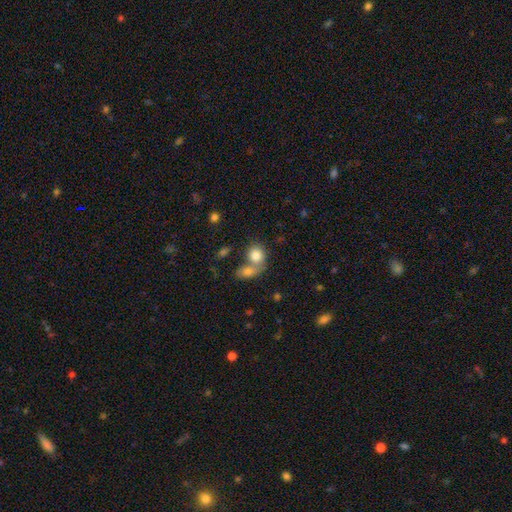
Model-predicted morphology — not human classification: type=smooth (81%); roundness=round (60%); merging=merger (55%).